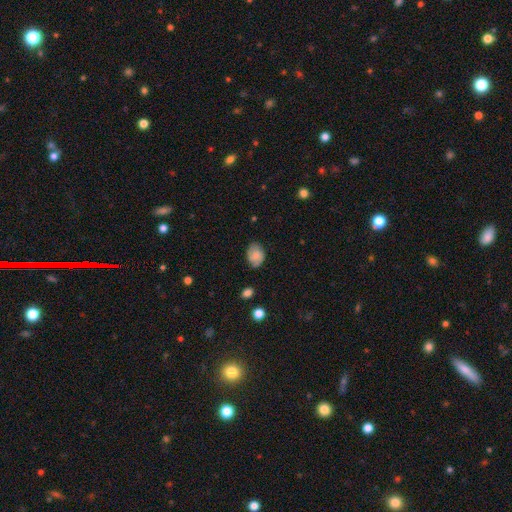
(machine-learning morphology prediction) A smooth galaxy with no disk features (76%) that is in between round and cigar-shaped (71%).

Vote fractions:
- Smooth or featured? smooth: 76% / featured or disk: 15% / star or artifact: 8%
- How rounded? in between: 71% / round: 28% / cigar-shaped: 1%
- Merging? none: 74% / minor disturbance: 20% / major disturbance: 4% / merger: 2%